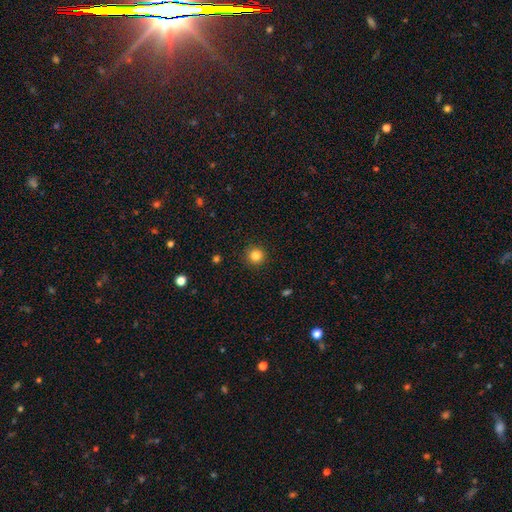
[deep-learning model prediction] Q: Smooth or featured?
A: smooth (84%); runner-up: star or artifact (12%)
Q: How rounded?
A: round (94%); runner-up: in between (5%)
Q: Merging?
A: none (91%); runner-up: minor disturbance (6%)